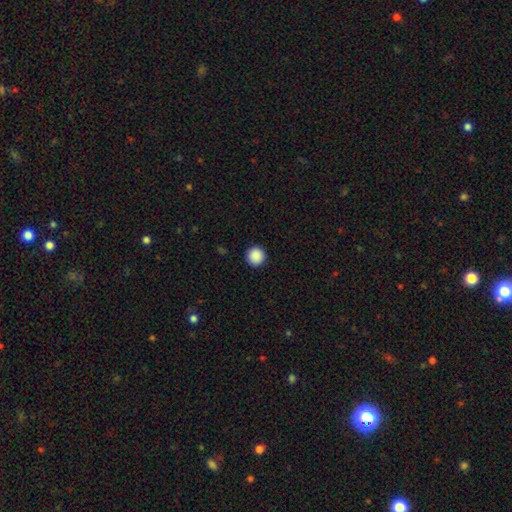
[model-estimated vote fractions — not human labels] Smooth or featured? Predicted: smooth (p=0.90). How rounded? Predicted: round (p=0.96). Merging? Predicted: none (p=0.93).